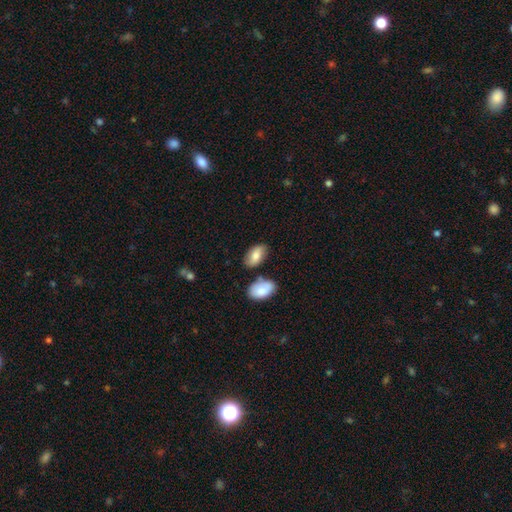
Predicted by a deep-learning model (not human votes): Morphology: type=smooth (79%); roundness=in between (93%); merging=none (73%).